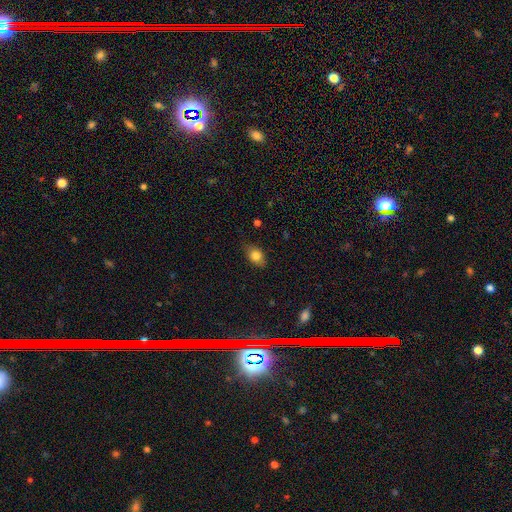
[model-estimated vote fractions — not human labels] Overall: smooth (81%). How rounded: in between (76%). Merging: none (78%).